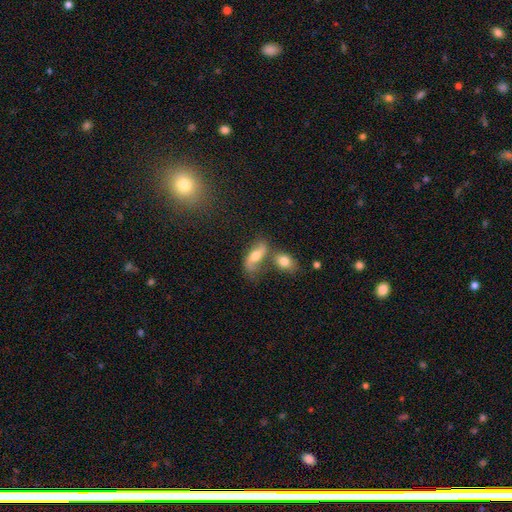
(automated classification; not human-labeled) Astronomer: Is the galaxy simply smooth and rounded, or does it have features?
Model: featured or disk — 47% (runner-up: smooth, 44%).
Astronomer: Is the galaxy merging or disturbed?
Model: none — 45% (runner-up: merger, 30%).